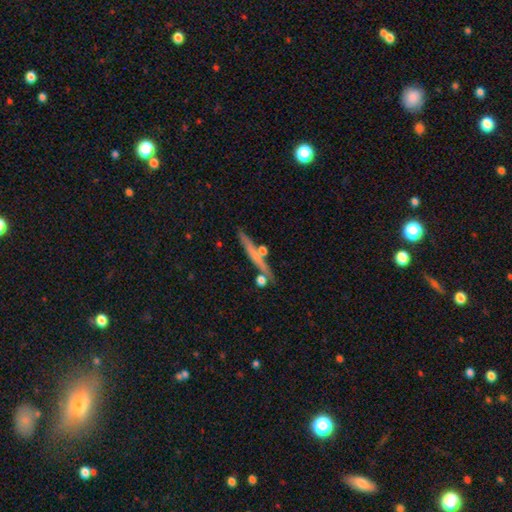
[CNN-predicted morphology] smooth-or-featured: featured or disk: 49% | smooth: 44% | star or artifact: 8%
  merging: none: 77% | minor disturbance: 11% | merger: 9% | major disturbance: 3%